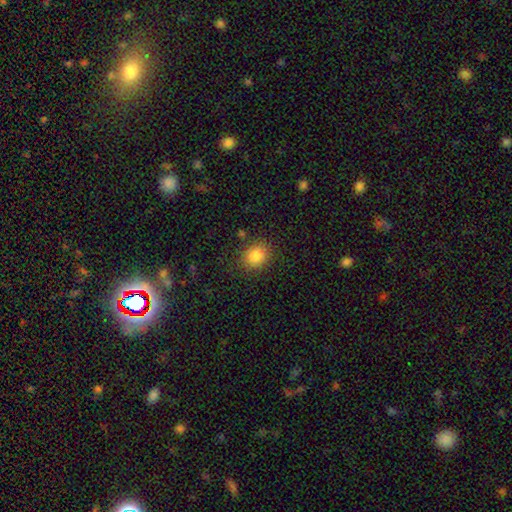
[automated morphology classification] This appears to be a smooth galaxy with no disk features (84%) that is round (67%). Merging: none (85%).